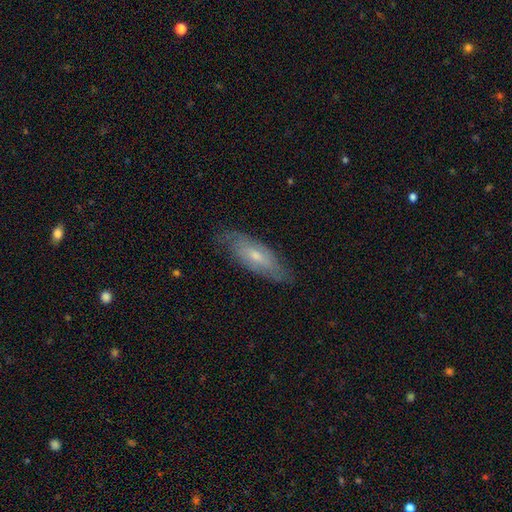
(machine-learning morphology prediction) type=featured or disk (57%); edge-on=no (72%); merging=none (75%).